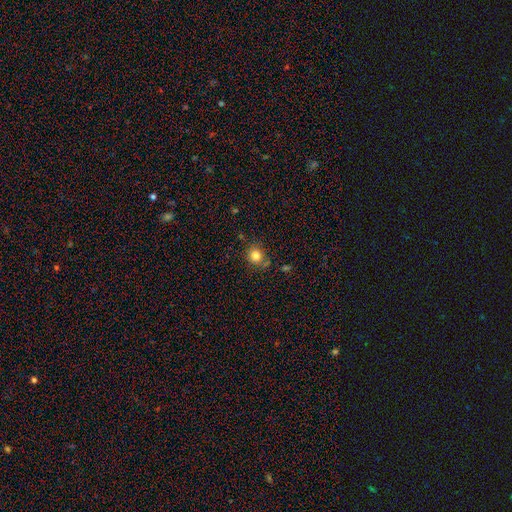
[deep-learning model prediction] smooth-or-featured: smooth: 83% | star or artifact: 12% | featured or disk: 6%
  how-rounded: round: 87% | in between: 12% | cigar-shaped: 1%
  merging: none: 77% | minor disturbance: 14% | merger: 5% | major disturbance: 4%